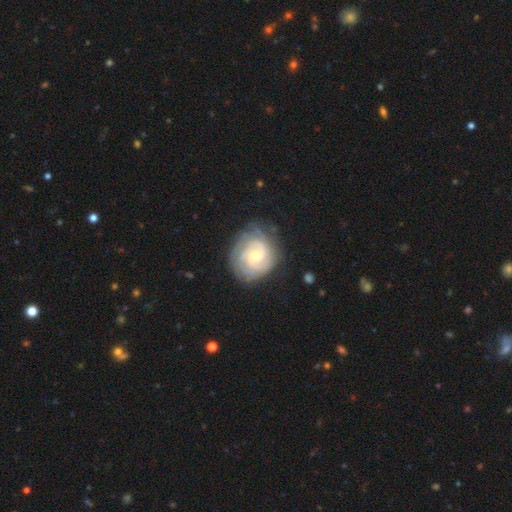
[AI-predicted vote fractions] Overall: featured or disk (84%). Edge-on disk: no (98%). Bar: no (59%; weak 36%). Spiral arms: yes (96%). Spiral arm count: 2 (33%; can't tell 29%). Spiral winding: tight (68%). Bulge size: small (57%; moderate 39%). Merging: none (76%).